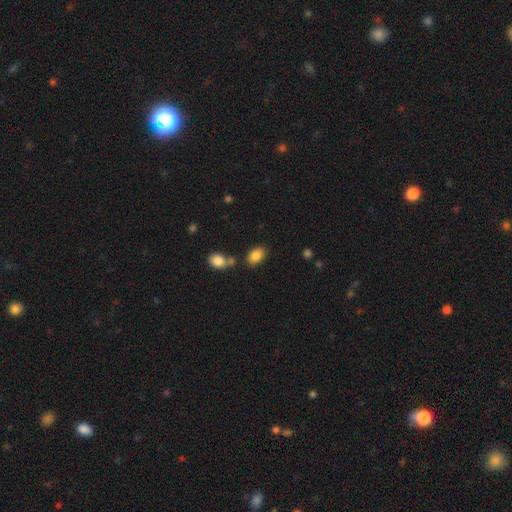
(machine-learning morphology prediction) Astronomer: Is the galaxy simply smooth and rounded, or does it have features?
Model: smooth — 85%.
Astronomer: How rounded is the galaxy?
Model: in between — 87%.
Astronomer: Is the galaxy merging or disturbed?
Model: none — 73%.